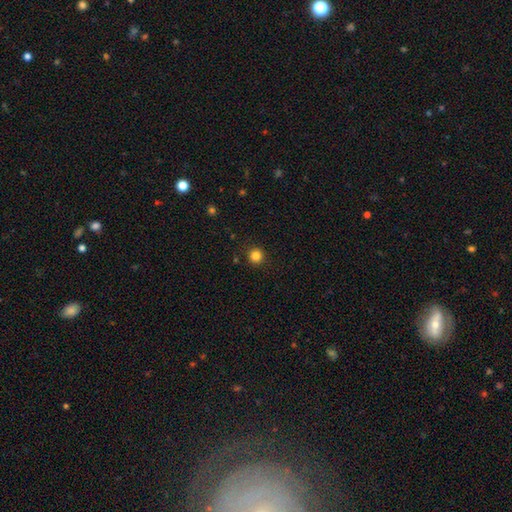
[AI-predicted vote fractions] smooth-or-featured: smooth: 83% | star or artifact: 13% | featured or disk: 4%
  how-rounded: round: 95% | in between: 4% | cigar-shaped: 1%
  merging: none: 92% | minor disturbance: 5% | major disturbance: 2% | merger: 1%